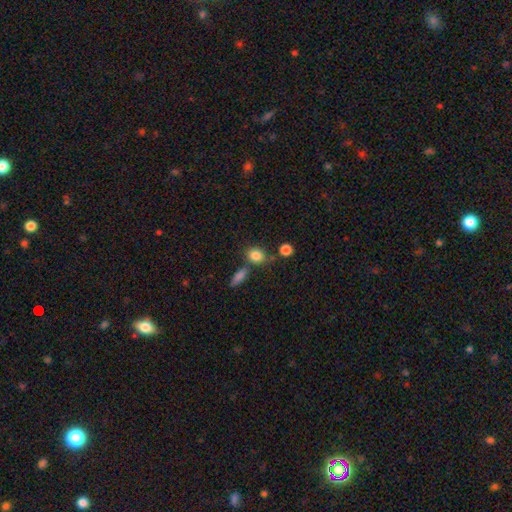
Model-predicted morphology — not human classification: Smooth or featured? Predicted: smooth (p=0.84). How rounded? Predicted: round (p=0.54). Merging? Predicted: none (p=0.65).